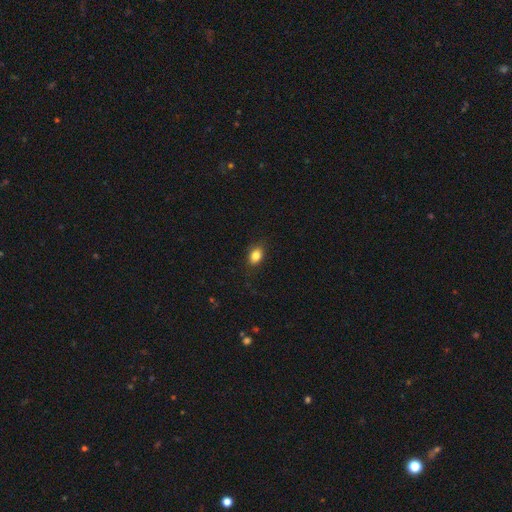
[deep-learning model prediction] This is clearly a smooth galaxy (84%). How rounded: likely in between (75%). Merging: clearly none (85%).